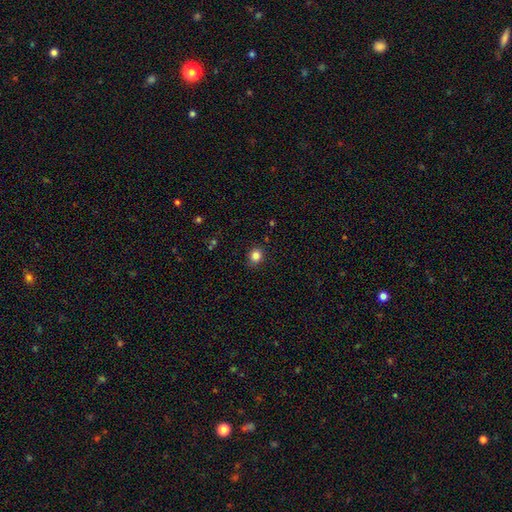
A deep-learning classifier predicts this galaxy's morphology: Overall: smooth (84%). How rounded: round (76%). Merging: none (86%).